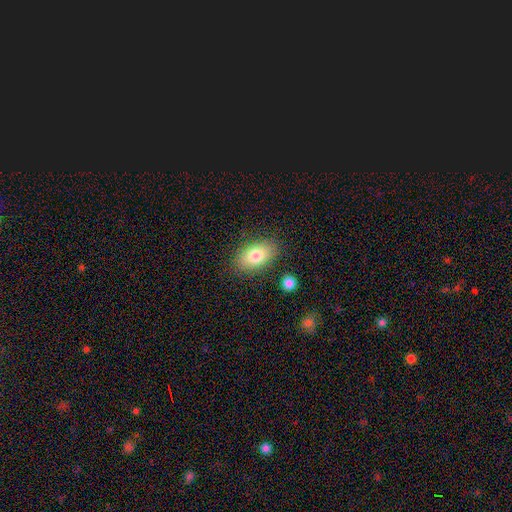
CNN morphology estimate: type=smooth (80%); roundness=in between (91%); merging=none (82%).